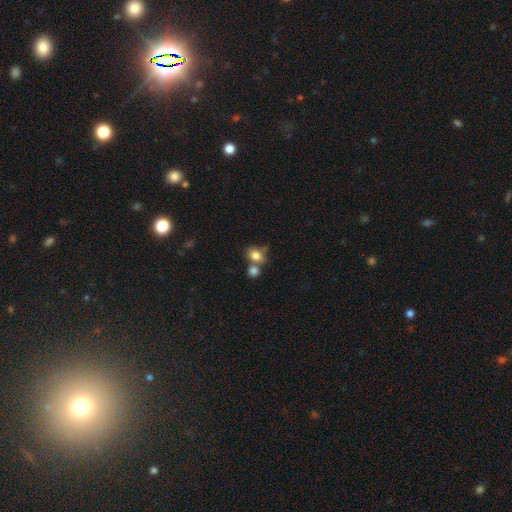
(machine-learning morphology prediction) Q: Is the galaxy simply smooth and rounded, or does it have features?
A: smooth — 80%.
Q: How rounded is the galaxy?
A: in between — 49%, tied with round.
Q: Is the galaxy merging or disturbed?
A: none — 41%.